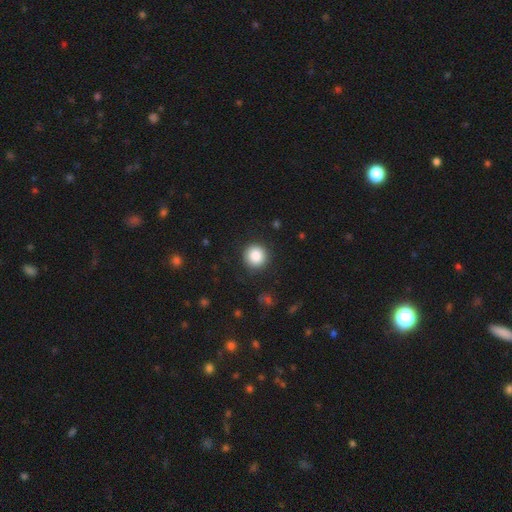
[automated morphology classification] Q: Smooth or featured?
A: smooth (87%); runner-up: star or artifact (9%)
Q: How rounded?
A: round (95%); runner-up: in between (4%)
Q: Merging?
A: none (89%); runner-up: minor disturbance (7%)